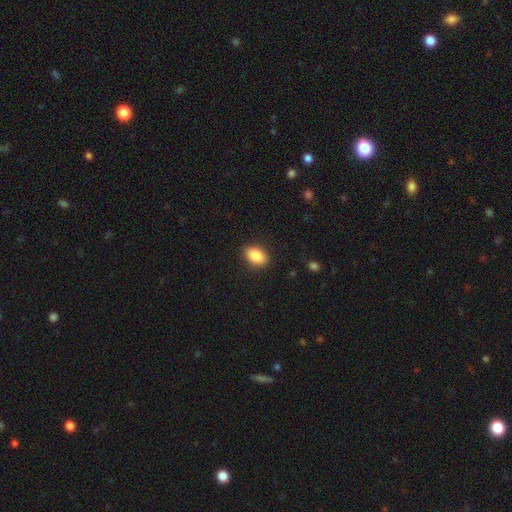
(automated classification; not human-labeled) smooth 87%, star or artifact 7%, featured or disk 6%. Down the decision tree: how rounded — in between (88%); merging — none (88%).